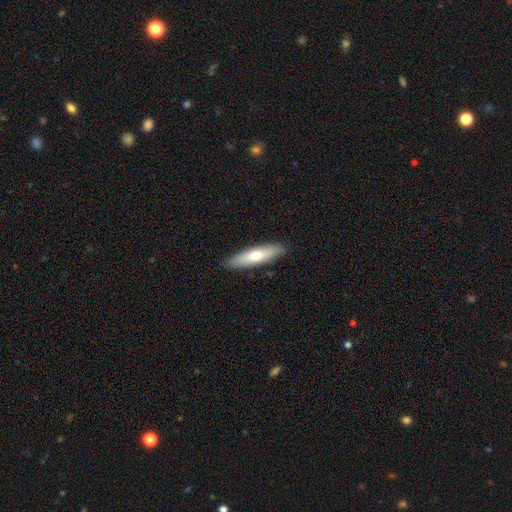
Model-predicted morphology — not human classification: smooth 65%, featured or disk 29%, star or artifact 5%. Down the decision tree: how rounded — cigar-shaped (72%); merging — none (90%).